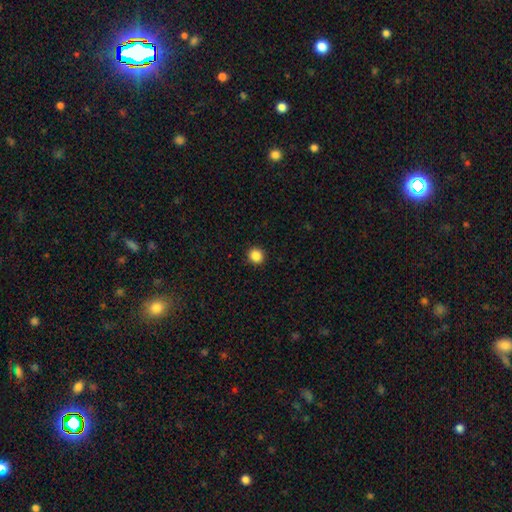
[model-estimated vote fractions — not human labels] Q: Smooth or featured?
A: smooth (86%); runner-up: star or artifact (10%)
Q: How rounded?
A: round (94%); runner-up: in between (6%)
Q: Merging?
A: none (93%); runner-up: minor disturbance (4%)